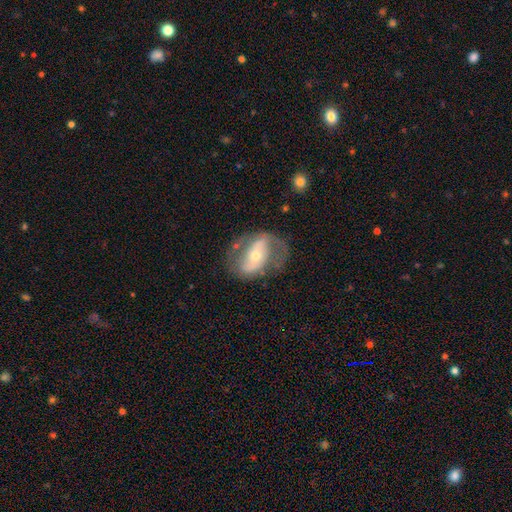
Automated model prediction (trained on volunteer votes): Q: Smooth or featured?
A: featured or disk (75%); runner-up: smooth (18%)
Q: Edge-on disk?
A: no (95%); runner-up: yes (5%)
Q: Bar?
A: strong (36%); tied with: no (36%)
Q: Spiral arms?
A: yes (77%); runner-up: no (23%)
Q: Spiral winding?
A: medium (45%); runner-up: loose (32%)
Q: Spiral arm count?
A: 2 (82%); runner-up: can't tell (10%)
Q: Bulge size?
A: small (49%); runner-up: moderate (45%)
Q: Merging?
A: none (62%); runner-up: minor disturbance (19%)